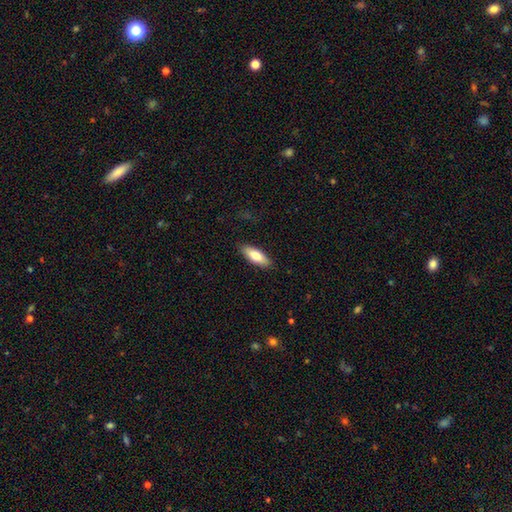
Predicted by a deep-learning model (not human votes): The model was most divided on "how rounded": in between: 69%, cigar-shaped: 29%, round: 2%. More confident: merging — none (88%); smooth or featured — smooth (77%).